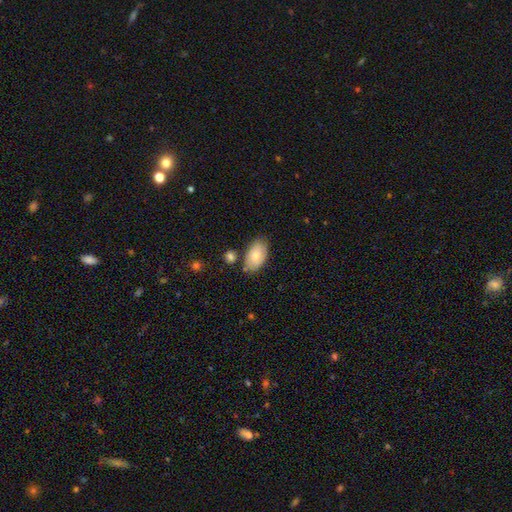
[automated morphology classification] A smooth galaxy with no disk features (76%) that is in between round and cigar-shaped (93%).

Vote fractions:
- Smooth or featured? smooth: 76% / featured or disk: 17% / star or artifact: 7%
- How rounded? in between: 93% / round: 5% / cigar-shaped: 1%
- Merging? none: 73% / minor disturbance: 17% / merger: 6% / major disturbance: 3%